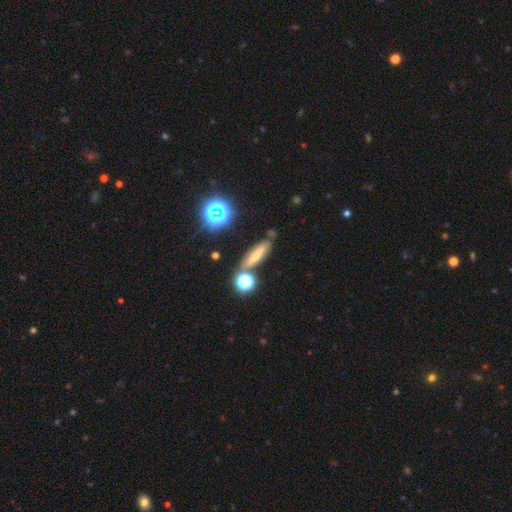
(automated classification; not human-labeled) Smooth or featured: smooth — 53% (featured or disk — 26%)
How rounded: cigar-shaped — 59% (in between — 29%)
Merging: none — 75% (minor disturbance — 12%)